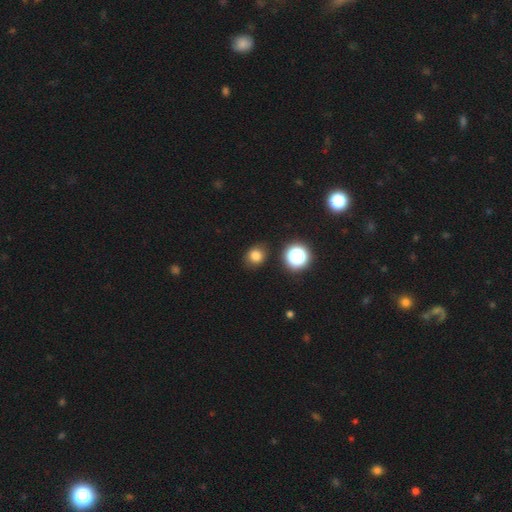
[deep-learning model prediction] Smooth or featured: smooth — 79% (star or artifact — 16%)
How rounded: round — 79% (in between — 20%)
Merging: none — 85% (minor disturbance — 10%)